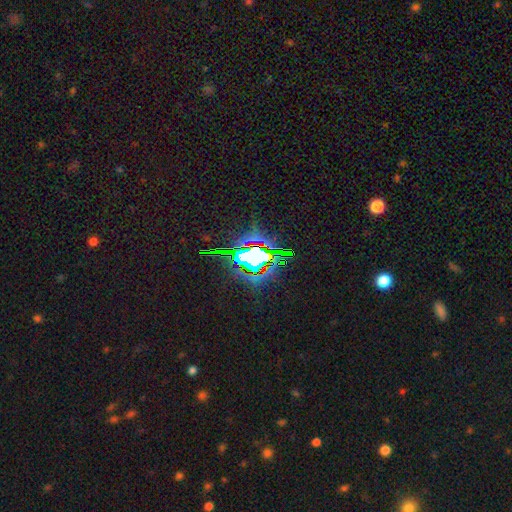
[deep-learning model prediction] Smooth or featured: star or artifact — 63% (smooth — 20%)